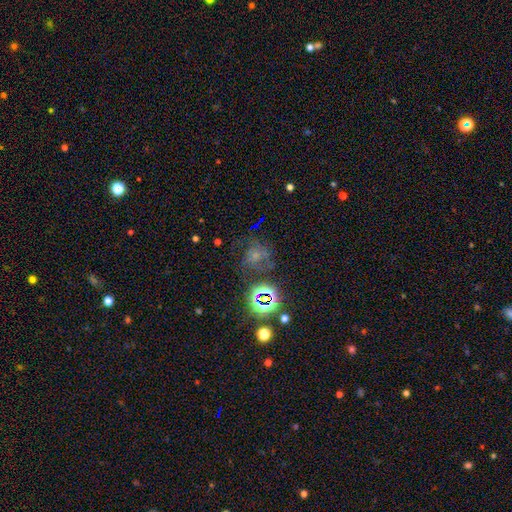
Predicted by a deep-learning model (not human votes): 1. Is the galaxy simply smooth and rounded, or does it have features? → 39% smooth, 34% star or artifact, 27% featured or disk.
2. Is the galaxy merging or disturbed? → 49% none, 24% major disturbance, 21% minor disturbance, 6% merger.